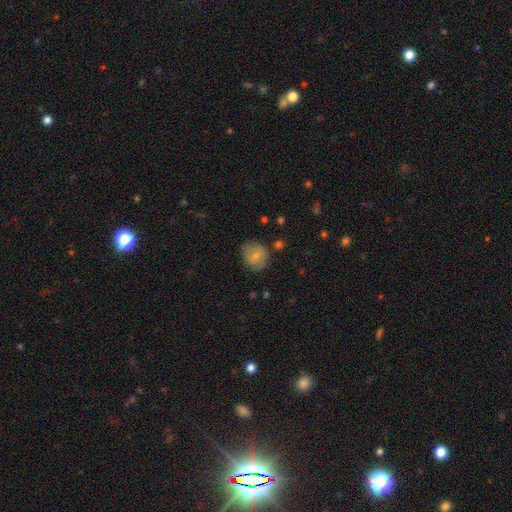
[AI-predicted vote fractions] Q: Smooth or featured?
A: smooth (69%); runner-up: featured or disk (22%)
Q: How rounded?
A: round (67%); runner-up: in between (32%)
Q: Merging?
A: none (71%); runner-up: minor disturbance (20%)